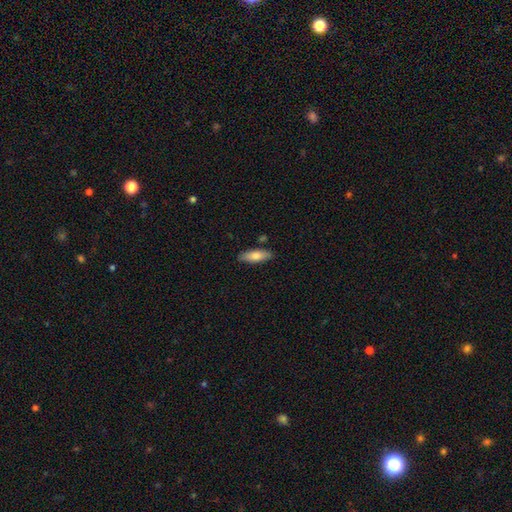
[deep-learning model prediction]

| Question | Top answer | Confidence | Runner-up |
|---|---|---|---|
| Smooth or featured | smooth | 77% | featured or disk (17%) |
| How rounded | in between | 61% | cigar-shaped (37%) |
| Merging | none | 84% | minor disturbance (11%) |